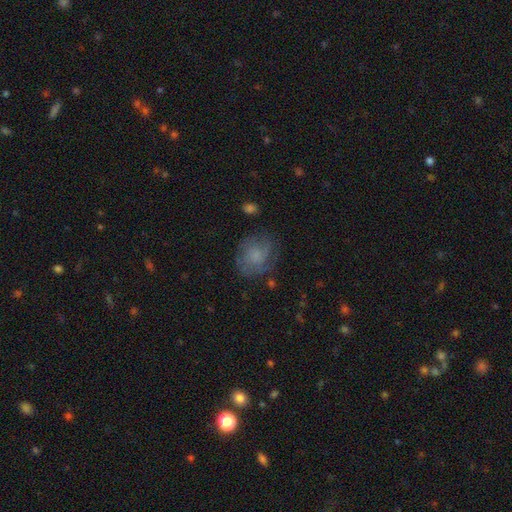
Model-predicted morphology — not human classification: Smooth or featured? smooth (47%)
Merging? none (66%)